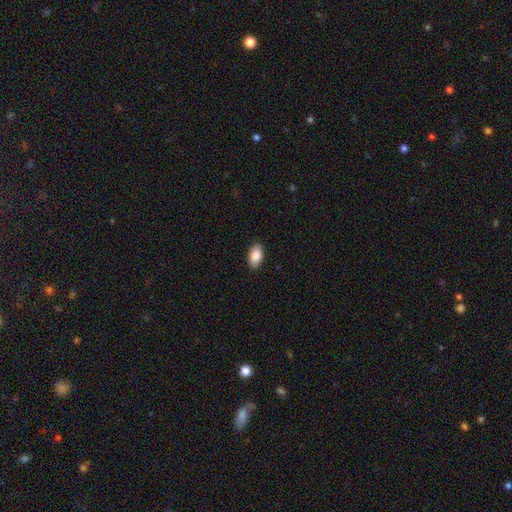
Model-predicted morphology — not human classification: Overall: smooth (88%). How rounded: in between (93%). Merging: none (88%).